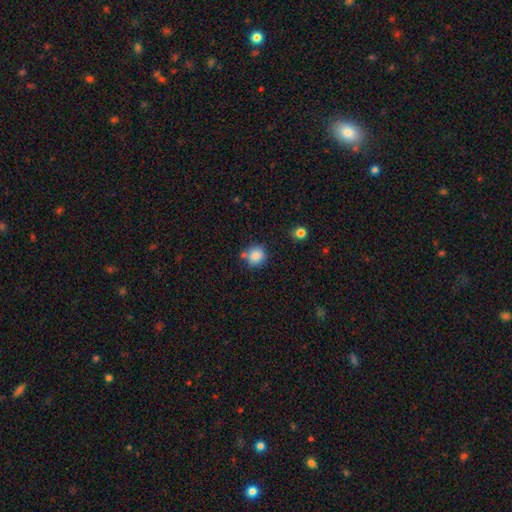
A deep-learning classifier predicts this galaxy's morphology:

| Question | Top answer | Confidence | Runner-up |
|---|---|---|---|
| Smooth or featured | smooth | 85% | star or artifact (10%) |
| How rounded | round | 87% | in between (12%) |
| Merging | none | 74% | minor disturbance (13%) |